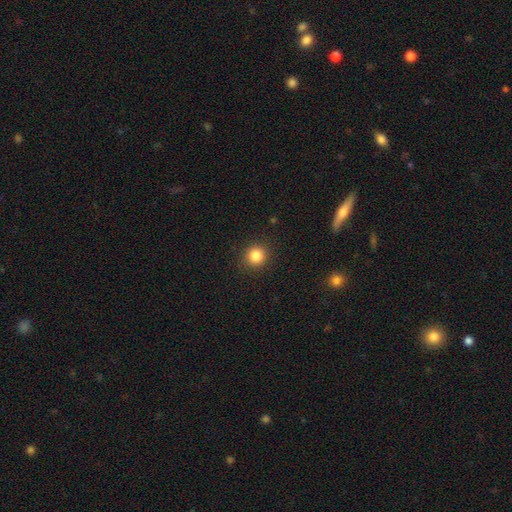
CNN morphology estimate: smooth-or-featured: smooth: 84% | star or artifact: 11% | featured or disk: 4%
  how-rounded: round: 92% | in between: 7% | cigar-shaped: 1%
  merging: none: 92% | minor disturbance: 5% | major disturbance: 2% | merger: 1%